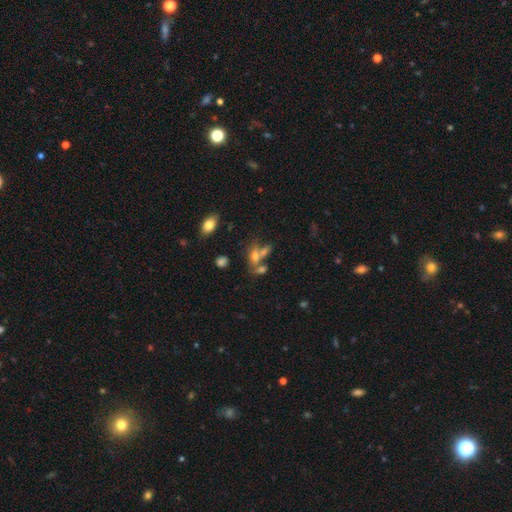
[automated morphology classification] Smooth or featured?
  - smooth: 59% *
  - featured or disk: 26%
  - star or artifact: 15%
How rounded?
  - in between: 74% *
  - round: 15%
  - cigar-shaped: 11%
Merging?
  - merger: 46% *
  - none: 32%
  - minor disturbance: 12%
  - major disturbance: 10%